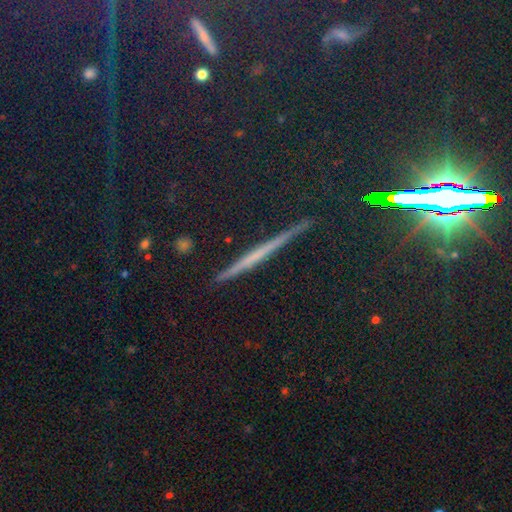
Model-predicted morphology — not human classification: The model was most divided on "smooth or featured": star or artifact: 44%, featured or disk: 32%, smooth: 24%.